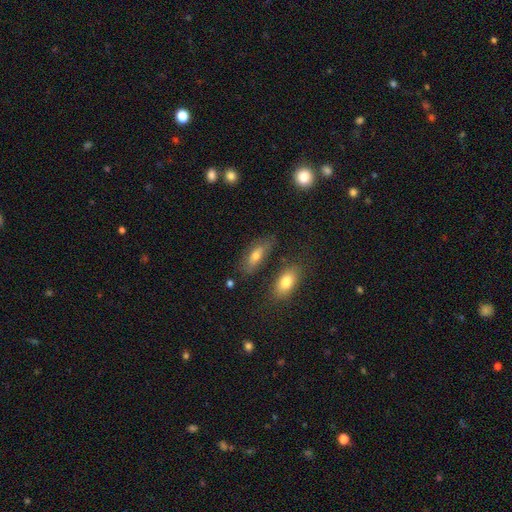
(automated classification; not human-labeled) A smooth galaxy with no disk features (66%) that is in between round and cigar-shaped (70%).

Vote fractions:
- Smooth or featured? smooth: 66% / featured or disk: 25% / star or artifact: 10%
- How rounded? in between: 70% / cigar-shaped: 26% / round: 4%
- Merging? none: 70% / minor disturbance: 18% / merger: 6% / major disturbance: 6%